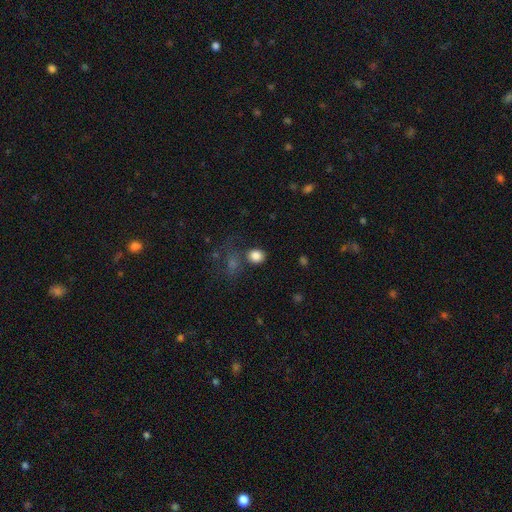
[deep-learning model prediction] Smooth or featured: smooth — 84% (star or artifact — 11%)
How rounded: round — 67% (in between — 32%)
Merging: none — 72% (minor disturbance — 12%)